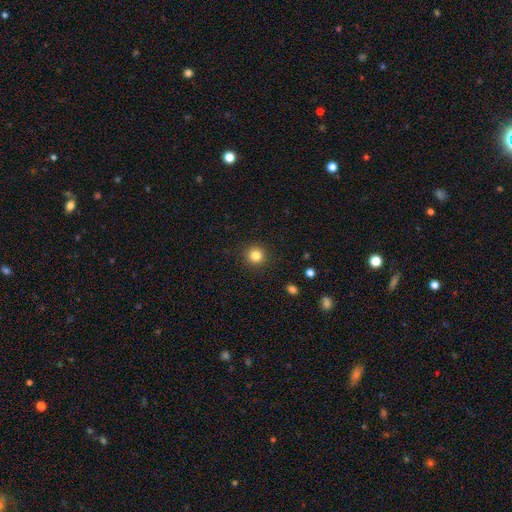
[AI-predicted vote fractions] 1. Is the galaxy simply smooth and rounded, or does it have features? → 83% smooth, 12% star or artifact, 5% featured or disk.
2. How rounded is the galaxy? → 95% round, 4% in between, 1% cigar-shaped.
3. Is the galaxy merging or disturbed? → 92% none, 5% minor disturbance, 2% major disturbance, 1% merger.